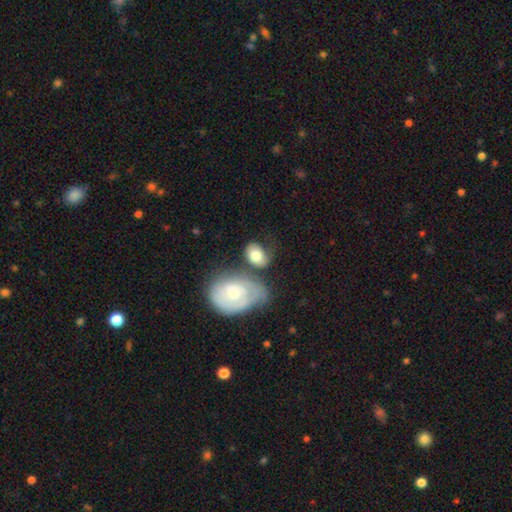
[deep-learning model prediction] A smooth galaxy with no disk features (63%) that is in between round and cigar-shaped (69%). Merging: none (42%).